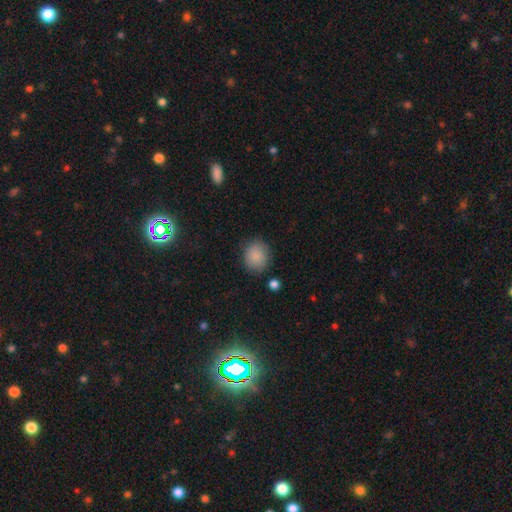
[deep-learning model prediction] A smooth galaxy with no disk features (88%) that is round (75%). Merging: none (83%).